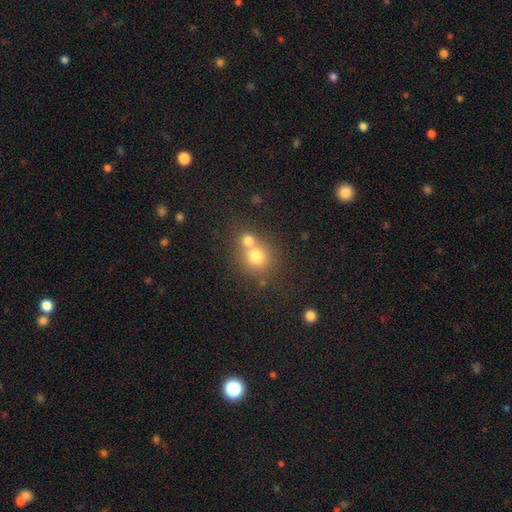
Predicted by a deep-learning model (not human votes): Smooth or featured?
  - smooth: 74% *
  - featured or disk: 14%
  - star or artifact: 13%
How rounded?
  - round: 86% *
  - in between: 13%
  - cigar-shaped: 1%
Merging?
  - merger: 49% *
  - none: 42%
  - minor disturbance: 6%
  - major disturbance: 3%